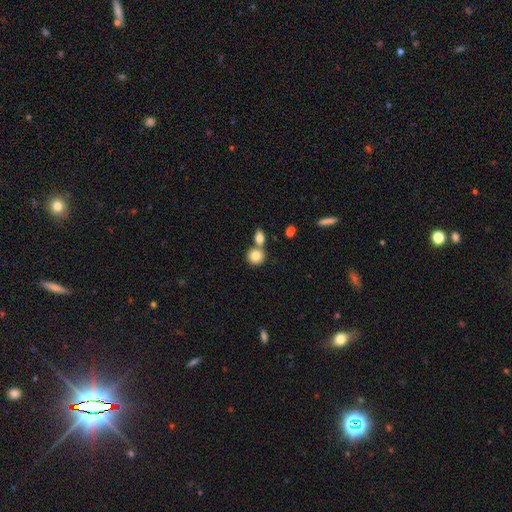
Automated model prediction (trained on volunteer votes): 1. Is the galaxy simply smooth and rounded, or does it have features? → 81% smooth, 10% featured or disk, 9% star or artifact.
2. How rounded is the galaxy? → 81% round, 18% in between, 1% cigar-shaped.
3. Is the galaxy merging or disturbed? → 48% none, 42% merger, 7% minor disturbance, 3% major disturbance.